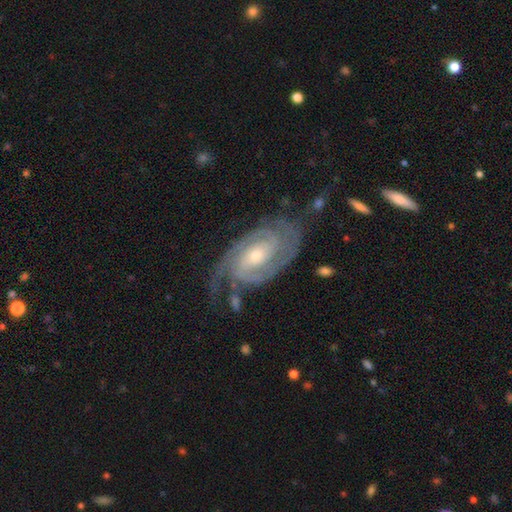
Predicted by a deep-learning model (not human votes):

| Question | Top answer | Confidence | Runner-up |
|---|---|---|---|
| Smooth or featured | featured or disk | 91% | star or artifact (5%) |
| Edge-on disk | no | 96% | yes (4%) |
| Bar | no | 48% | weak (36%) |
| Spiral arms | yes | 98% | no (2%) |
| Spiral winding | tight | 70% | medium (25%) |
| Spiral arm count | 2 | 65% | 3 (15%) |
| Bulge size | moderate | 48% | small (47%) |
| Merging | none | 71% | minor disturbance (18%) |